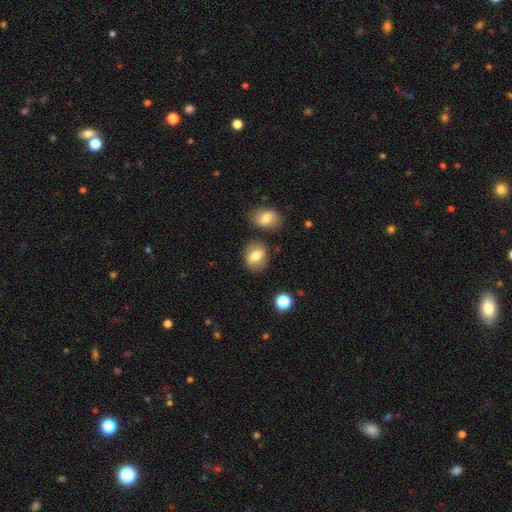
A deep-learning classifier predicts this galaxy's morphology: Smooth or featured? smooth (74%)
How rounded? round (51%)
Merging? none (78%)